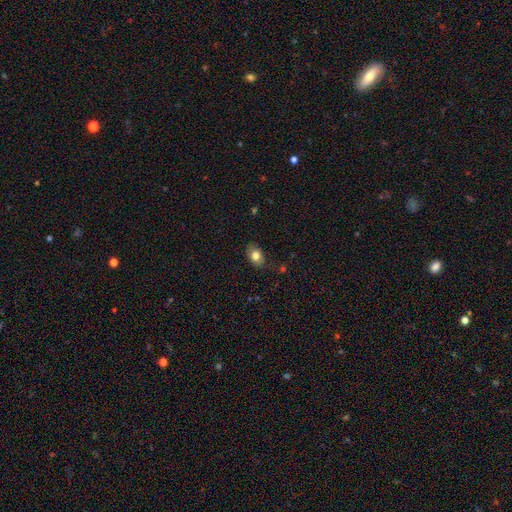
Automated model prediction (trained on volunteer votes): Smooth or featured?
  - smooth: 80% *
  - featured or disk: 11%
  - star or artifact: 9%
How rounded?
  - in between: 81% *
  - round: 17%
  - cigar-shaped: 1%
Merging?
  - none: 74% *
  - minor disturbance: 20%
  - major disturbance: 4%
  - merger: 2%